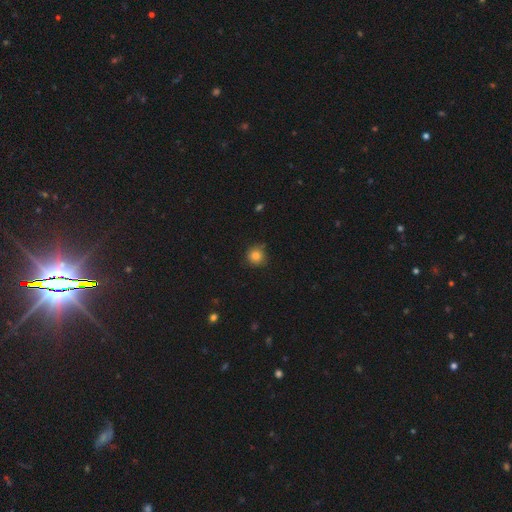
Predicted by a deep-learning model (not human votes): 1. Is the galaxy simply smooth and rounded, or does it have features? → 82% smooth, 12% star or artifact, 6% featured or disk.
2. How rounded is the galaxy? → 93% round, 6% in between, 1% cigar-shaped.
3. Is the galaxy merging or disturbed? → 83% none, 12% minor disturbance, 2% merger, 2% major disturbance.